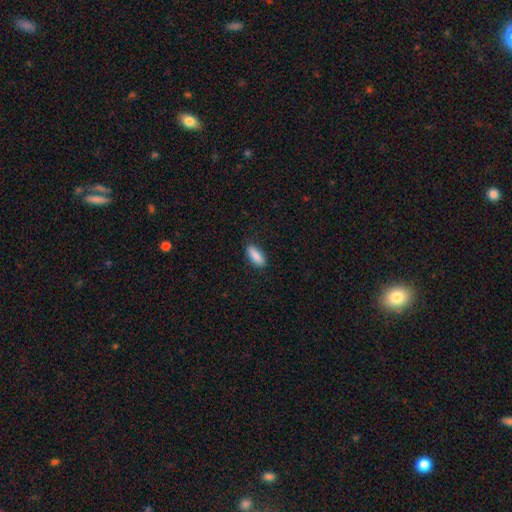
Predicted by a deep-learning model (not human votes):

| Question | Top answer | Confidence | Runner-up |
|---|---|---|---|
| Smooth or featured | smooth | 89% | star or artifact (6%) |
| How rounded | in between | 76% | cigar-shaped (22%) |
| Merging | none | 87% | minor disturbance (10%) |